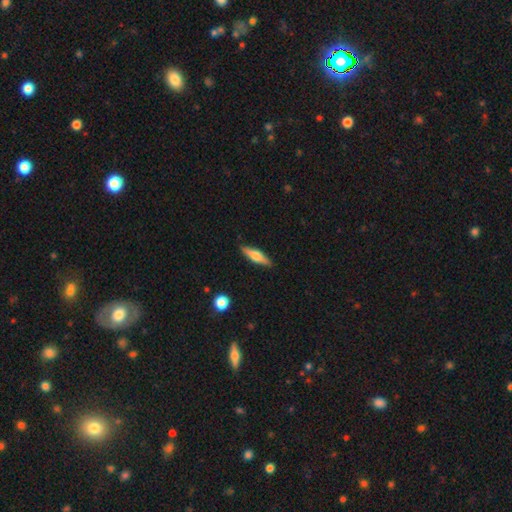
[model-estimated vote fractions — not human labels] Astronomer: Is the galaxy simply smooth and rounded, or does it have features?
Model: smooth — 49% (runner-up: featured or disk, 45%).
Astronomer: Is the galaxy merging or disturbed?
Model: none — 89%.